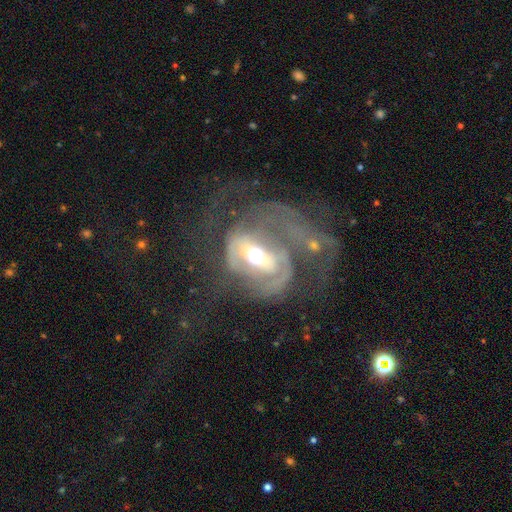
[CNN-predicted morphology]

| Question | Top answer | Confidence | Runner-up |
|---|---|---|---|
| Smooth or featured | featured or disk | 75% | smooth (17%) |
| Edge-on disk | no | 96% | yes (4%) |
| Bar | no | 39% | strong (32%) |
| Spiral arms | yes | 67% | no (33%) |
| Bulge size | moderate | 68% | large (17%) |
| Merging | major disturbance | 55% | none (21%) |